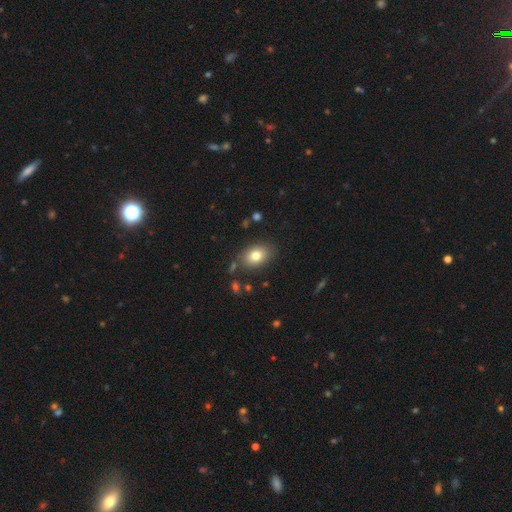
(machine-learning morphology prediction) Smooth or featured: smooth — 80% (featured or disk — 11%)
How rounded: in between — 78% (round — 20%)
Merging: none — 82% (minor disturbance — 12%)